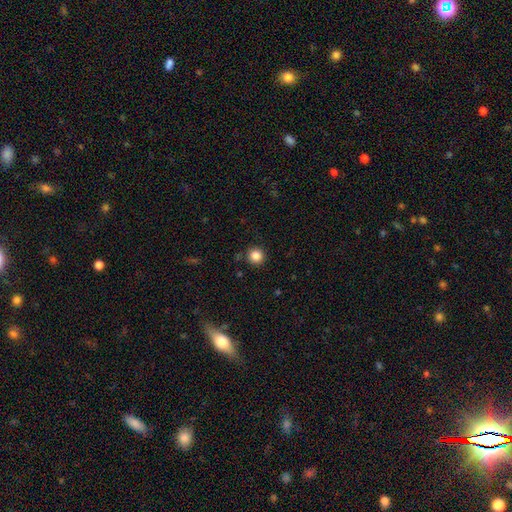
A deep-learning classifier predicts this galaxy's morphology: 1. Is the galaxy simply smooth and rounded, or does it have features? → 85% smooth, 11% star or artifact, 4% featured or disk.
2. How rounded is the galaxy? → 95% round, 4% in between, 1% cigar-shaped.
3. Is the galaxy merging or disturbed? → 90% none, 6% minor disturbance, 2% major disturbance, 2% merger.